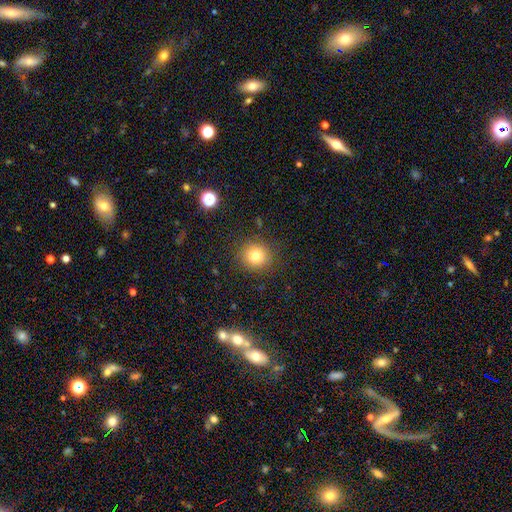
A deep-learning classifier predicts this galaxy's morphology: smooth 79%, star or artifact 13%, featured or disk 8%. Down the decision tree: how rounded — round (88%); merging — none (88%).